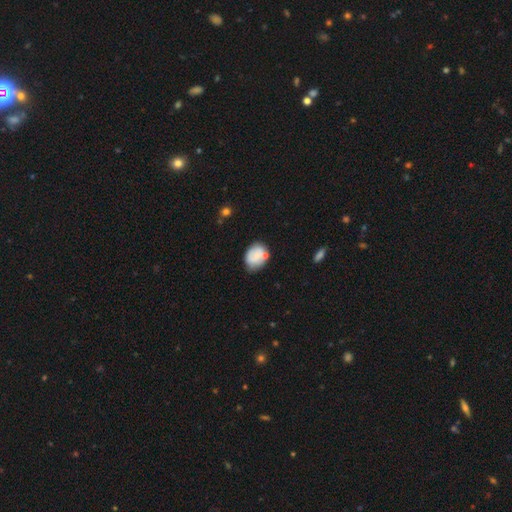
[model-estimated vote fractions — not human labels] Smooth or featured: smooth — 65% (featured or disk — 27%)
How rounded: in between — 61% (round — 38%)
Merging: none — 59% (minor disturbance — 23%)